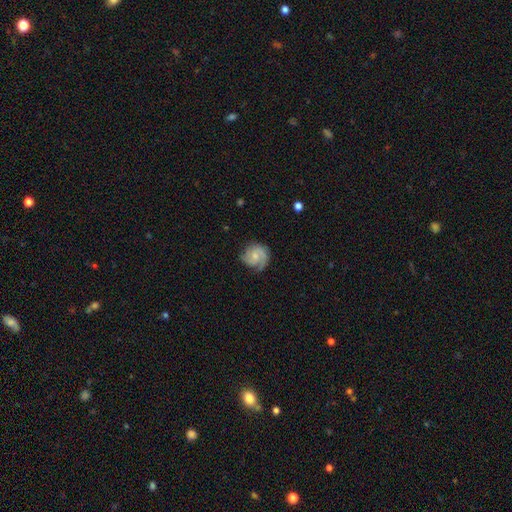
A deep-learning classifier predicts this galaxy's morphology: featured or disk 74%, smooth 21%, star or artifact 6%. Down the decision tree: edge-on disk — no (98%); bar — no (63%); spiral arms — yes (95%); spiral arm count — 2 (57%); spiral winding — tight (49%); bulge size — small (55%); merging — none (71%).